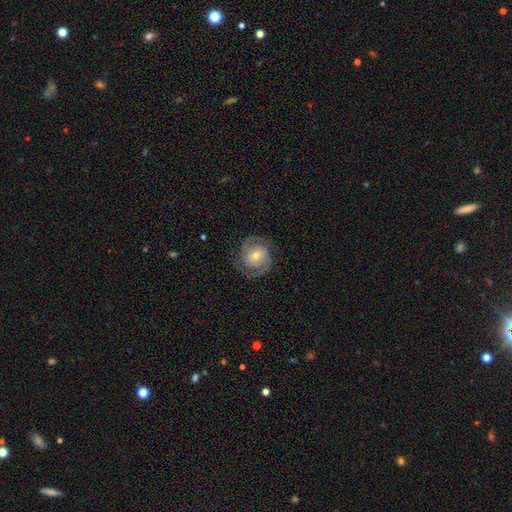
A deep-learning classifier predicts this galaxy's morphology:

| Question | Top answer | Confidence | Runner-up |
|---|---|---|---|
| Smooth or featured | featured or disk | 82% | smooth (12%) |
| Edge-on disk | no | 98% | yes (2%) |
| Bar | no | 54% | weak (34%) |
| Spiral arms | yes | 95% | no (5%) |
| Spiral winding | medium | 48% | tight (41%) |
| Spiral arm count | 2 | 90% | can't tell (4%) |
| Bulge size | moderate | 50% | small (44%) |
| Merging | none | 82% | minor disturbance (11%) |